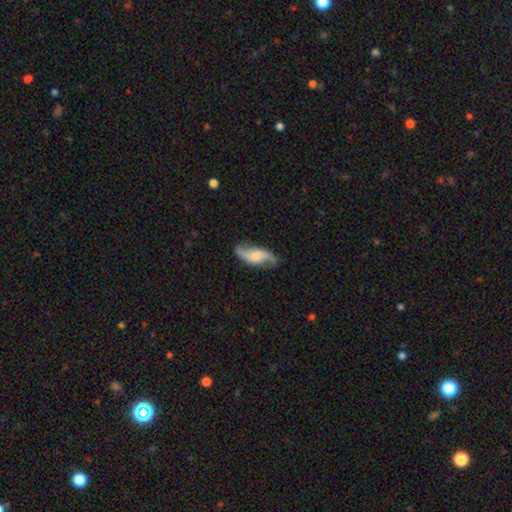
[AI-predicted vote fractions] Q: Smooth or featured?
A: featured or disk (78%); runner-up: smooth (16%)
Q: Edge-on disk?
A: no (92%); runner-up: yes (8%)
Q: Bar?
A: no (55%); runner-up: weak (35%)
Q: Spiral arms?
A: yes (95%); runner-up: no (5%)
Q: Spiral winding?
A: loose (75%); runner-up: medium (19%)
Q: Spiral arm count?
A: 2 (93%); runner-up: can't tell (3%)
Q: Bulge size?
A: moderate (41%); runner-up: small (31%)
Q: Merging?
A: none (79%); runner-up: minor disturbance (15%)